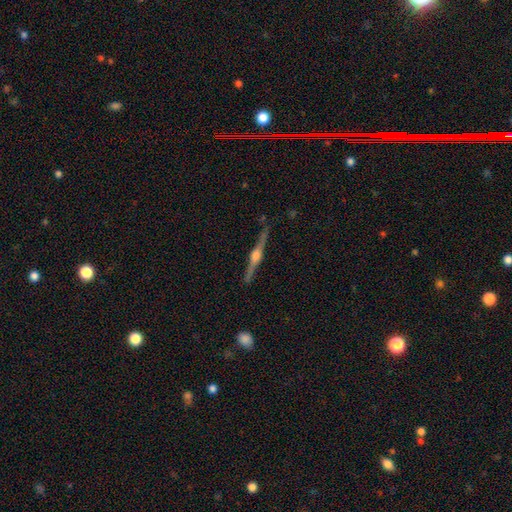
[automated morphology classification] Smooth or featured: featured or disk — 85% (smooth — 10%)
Edge-on disk: yes — 98% (no — 2%)
Edge-on bulge: rounded — 91% (boxy — 7%)
Merging: none — 88% (minor disturbance — 9%)